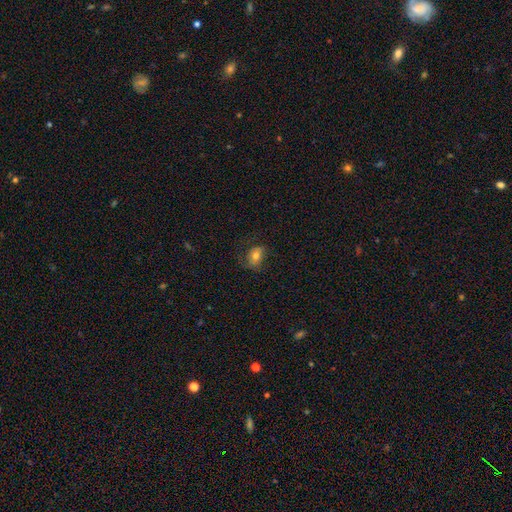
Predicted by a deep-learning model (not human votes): Smooth or featured?
  - smooth: 65% *
  - featured or disk: 25%
  - star or artifact: 10%
How rounded?
  - in between: 57% *
  - round: 41%
  - cigar-shaped: 1%
Merging?
  - none: 58% *
  - minor disturbance: 23%
  - major disturbance: 18%
  - merger: 1%